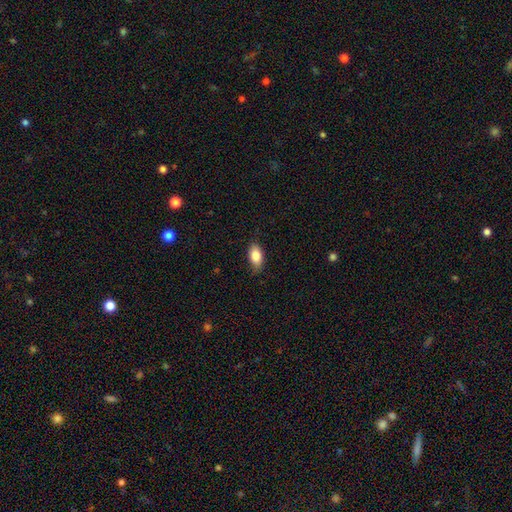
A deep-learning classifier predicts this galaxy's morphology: Smooth or featured? smooth (84%)
How rounded? in between (91%)
Merging? none (81%)